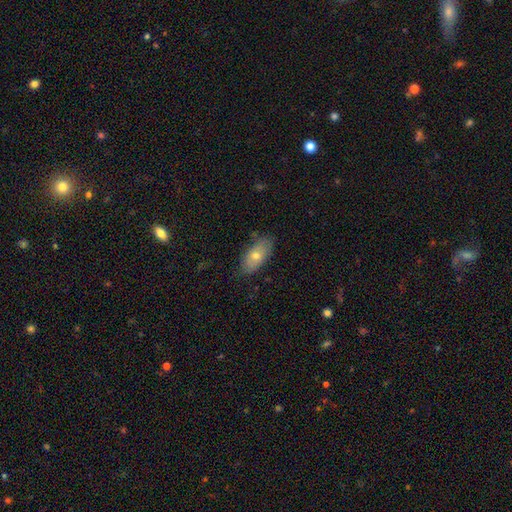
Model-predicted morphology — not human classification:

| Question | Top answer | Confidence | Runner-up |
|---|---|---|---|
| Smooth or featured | smooth | 66% | featured or disk (27%) |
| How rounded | in between | 90% | cigar-shaped (6%) |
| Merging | none | 76% | minor disturbance (19%) |